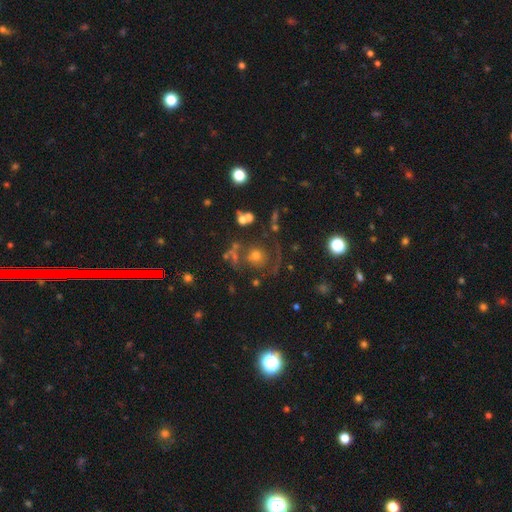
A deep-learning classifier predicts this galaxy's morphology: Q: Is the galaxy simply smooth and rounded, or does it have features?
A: featured or disk — 41%.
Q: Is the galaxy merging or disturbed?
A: none — 61%.